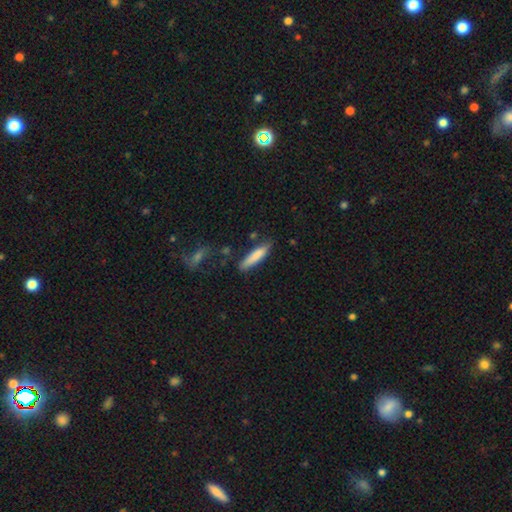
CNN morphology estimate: Overall: smooth (81%). How rounded: cigar-shaped (81%). Merging: none (75%).